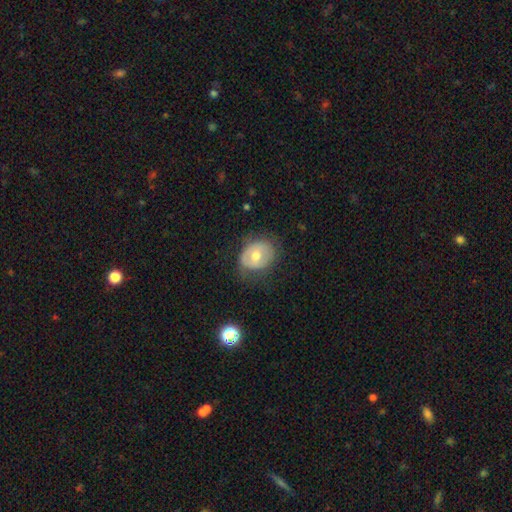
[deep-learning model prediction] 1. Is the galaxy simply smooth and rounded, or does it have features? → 53% smooth, 39% featured or disk, 8% star or artifact.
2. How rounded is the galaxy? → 50% round, 49% in between, 1% cigar-shaped.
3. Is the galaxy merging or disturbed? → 67% none, 23% minor disturbance, 8% major disturbance, 1% merger.